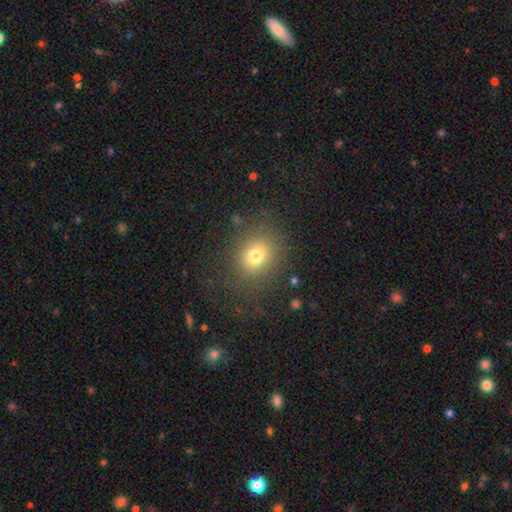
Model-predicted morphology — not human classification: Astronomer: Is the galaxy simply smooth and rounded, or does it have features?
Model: smooth — 73%.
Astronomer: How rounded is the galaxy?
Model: round — 70%.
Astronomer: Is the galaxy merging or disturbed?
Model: none — 79%.